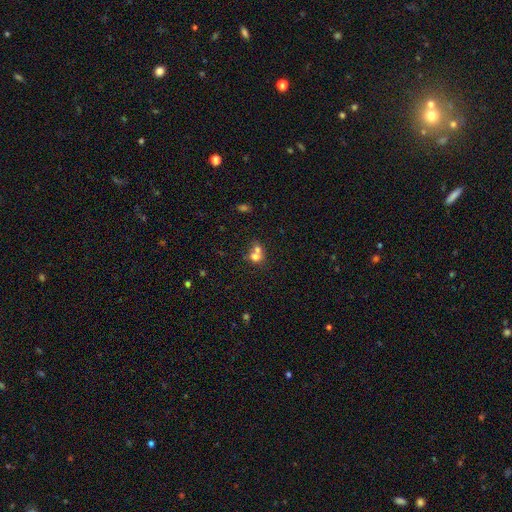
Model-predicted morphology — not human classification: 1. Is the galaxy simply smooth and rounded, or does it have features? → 68% smooth, 19% featured or disk, 13% star or artifact.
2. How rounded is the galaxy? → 68% round, 31% in between, 1% cigar-shaped.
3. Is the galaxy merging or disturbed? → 64% merger, 26% none, 6% minor disturbance, 3% major disturbance.